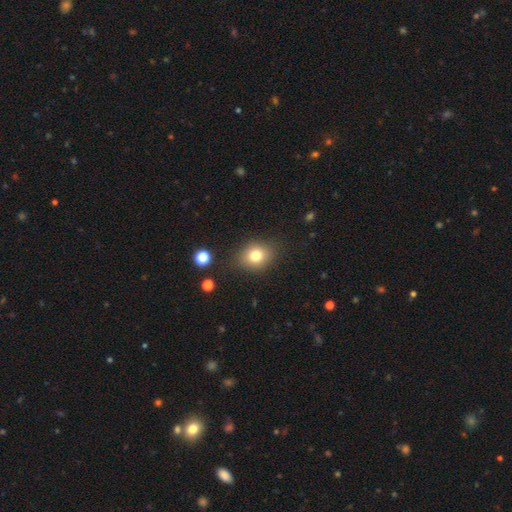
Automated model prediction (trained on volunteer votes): Smooth or featured?
  - smooth: 78% *
  - star or artifact: 12%
  - featured or disk: 10%
How rounded?
  - round: 59% *
  - in between: 40%
  - cigar-shaped: 1%
Merging?
  - none: 83% *
  - minor disturbance: 11%
  - major disturbance: 4%
  - merger: 2%